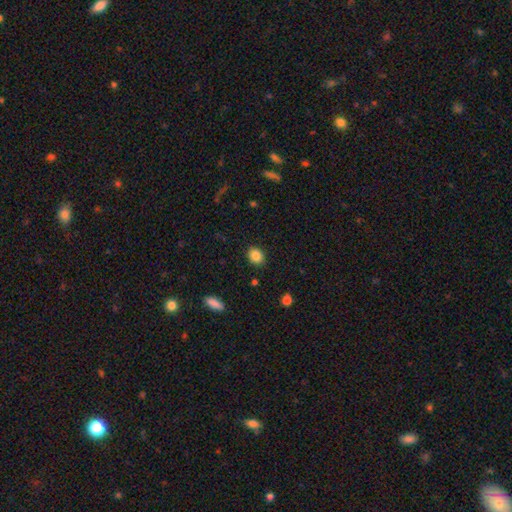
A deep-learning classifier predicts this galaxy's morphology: smooth 85%, star or artifact 10%, featured or disk 5%. Down the decision tree: how rounded — round (52%); merging — none (89%).